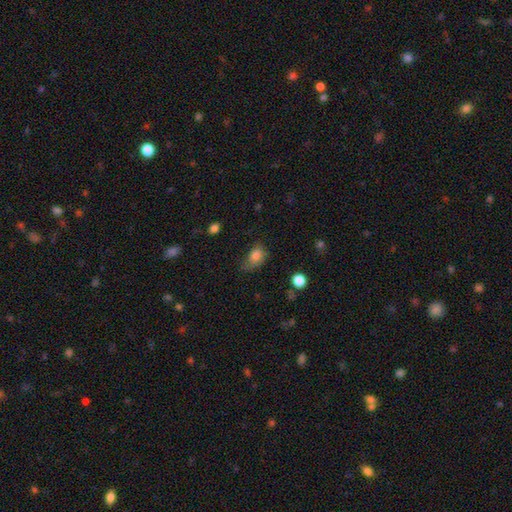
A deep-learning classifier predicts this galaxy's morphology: A smooth galaxy with no disk features (81%) that is in between round and cigar-shaped (78%). Merging: none (42%).